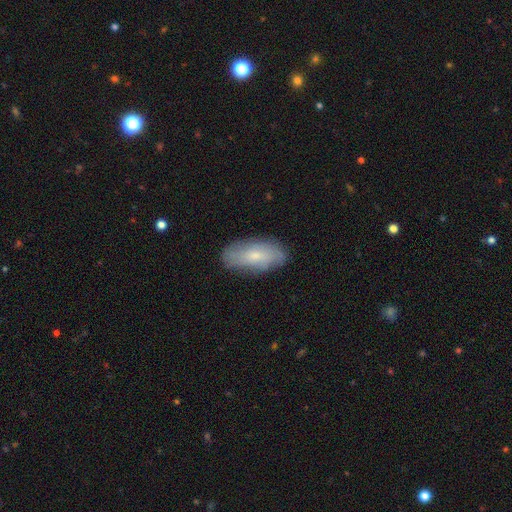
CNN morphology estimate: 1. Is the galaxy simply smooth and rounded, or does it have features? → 57% smooth, 36% featured or disk, 7% star or artifact.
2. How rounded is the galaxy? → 87% in between, 11% cigar-shaped, 3% round.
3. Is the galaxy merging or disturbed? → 80% none, 15% minor disturbance, 4% major disturbance, 1% merger.